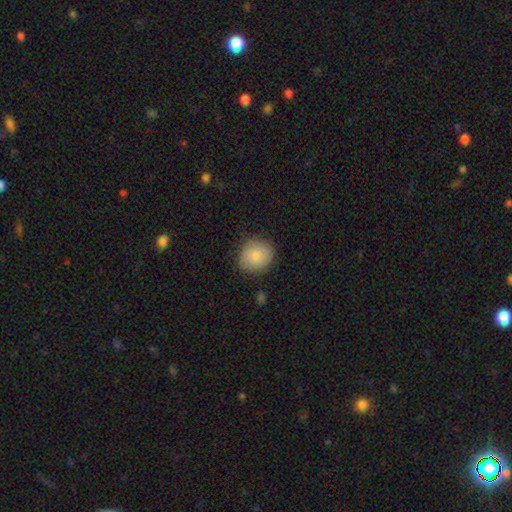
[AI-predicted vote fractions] This is clearly a smooth galaxy (84%). How rounded: likely round (77%). Merging: clearly none (80%).